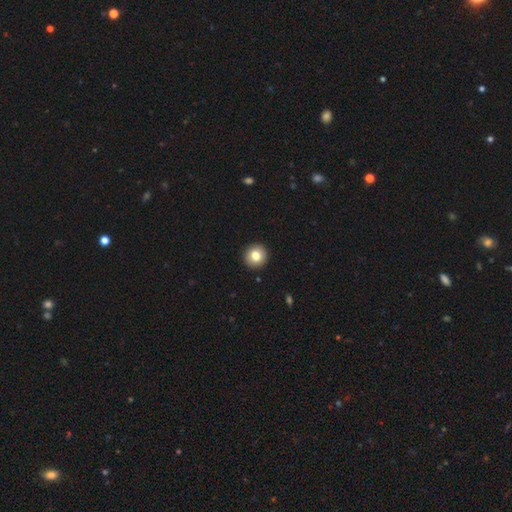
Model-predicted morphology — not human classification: This appears to be a smooth galaxy with no disk features (80%) that is round (94%). Merging: none (93%).